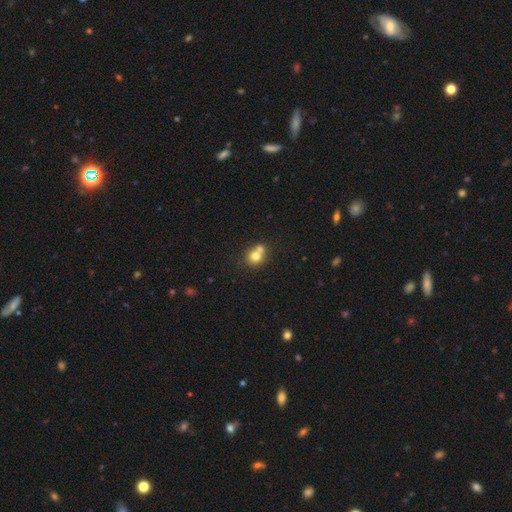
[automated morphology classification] smooth 74%, featured or disk 15%, star or artifact 11%. Down the decision tree: how rounded — round (81%); merging — merger (51%).